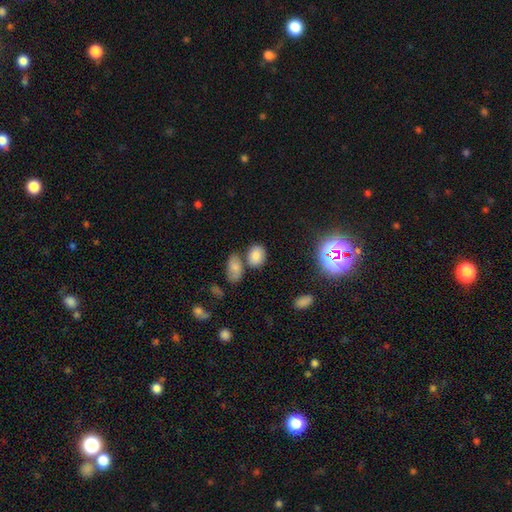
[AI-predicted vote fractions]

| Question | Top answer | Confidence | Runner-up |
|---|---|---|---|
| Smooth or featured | smooth | 80% | star or artifact (13%) |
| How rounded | in between | 64% | round (34%) |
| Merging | none | 70% | merger (14%) |